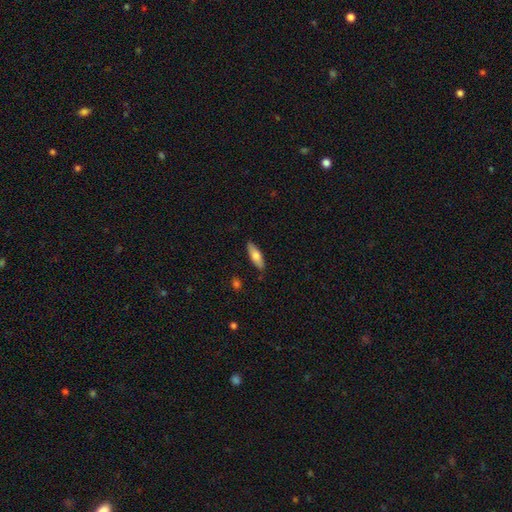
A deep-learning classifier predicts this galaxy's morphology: The model was most divided on "how rounded": in between: 52%, cigar-shaped: 46%, round: 2%. More confident: merging — none (85%); smooth or featured — smooth (69%).